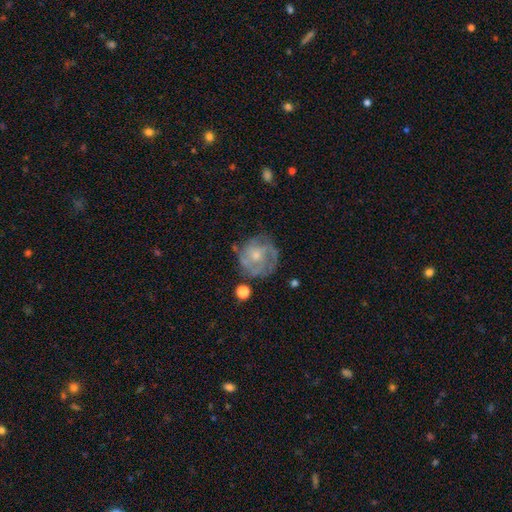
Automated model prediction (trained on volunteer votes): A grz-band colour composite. It shows a featured or disk galaxy (69%) with no bar (77%), tight (54%) spiral arms (79%) and a small central bulge (49%). Merging: none (65%).